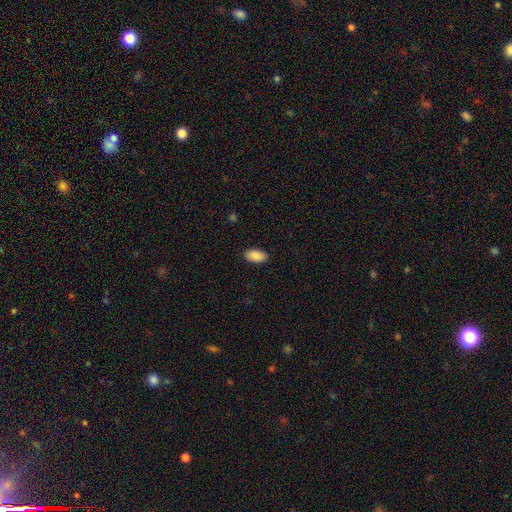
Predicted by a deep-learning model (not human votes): Smooth or featured? Predicted: smooth (p=0.89). How rounded? Predicted: in between (p=0.95). Merging? Predicted: none (p=0.89).